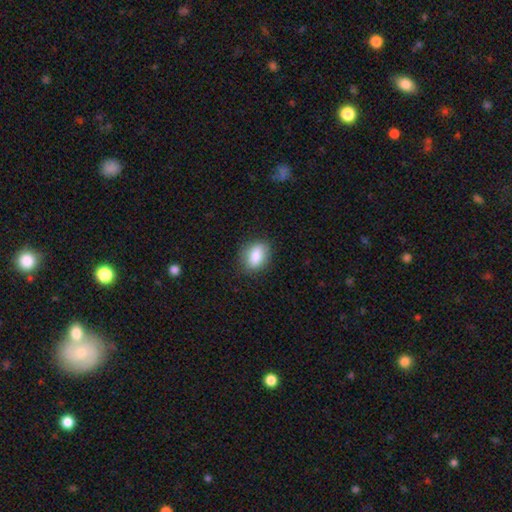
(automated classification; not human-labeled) This is clearly a smooth galaxy (83%). How rounded: likely in between (76%). Merging: clearly none (82%).